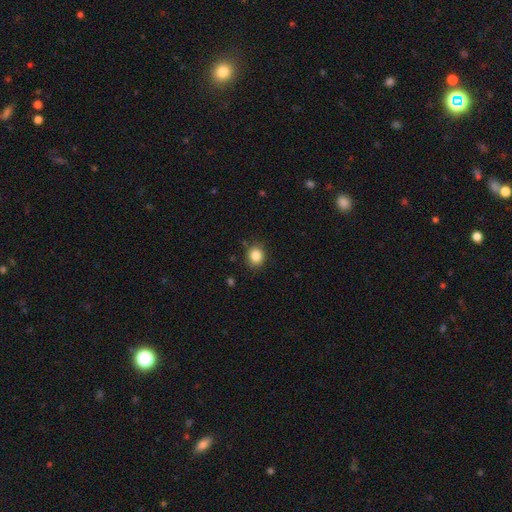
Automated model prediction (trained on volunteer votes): The model was most divided on "how rounded": round: 74%, in between: 25%, cigar-shaped: 1%. More confident: smooth or featured — smooth (85%); merging — none (85%).